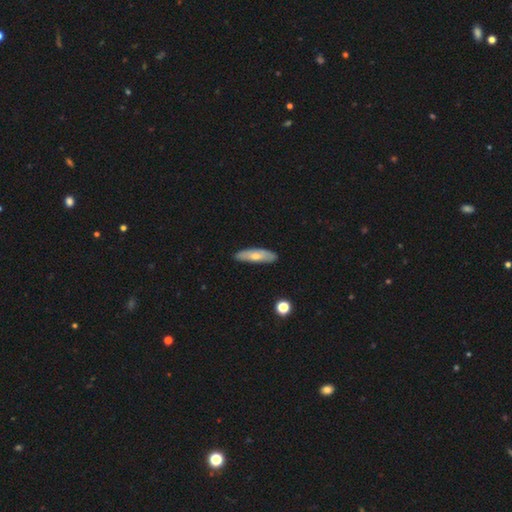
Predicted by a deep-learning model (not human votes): Smooth or featured: smooth — 54% (featured or disk — 39%)
How rounded: cigar-shaped — 59% (in between — 38%)
Merging: none — 86% (minor disturbance — 11%)